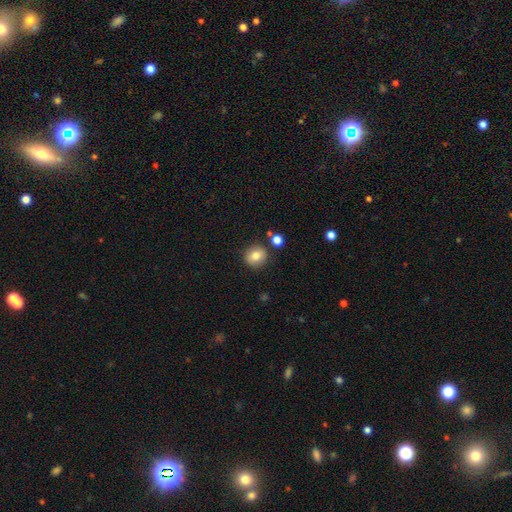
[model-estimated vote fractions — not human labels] smooth-or-featured: smooth: 80% | featured or disk: 10% | star or artifact: 10%
  how-rounded: round: 84% | in between: 15% | cigar-shaped: 1%
  merging: none: 84% | minor disturbance: 9% | merger: 5% | major disturbance: 2%